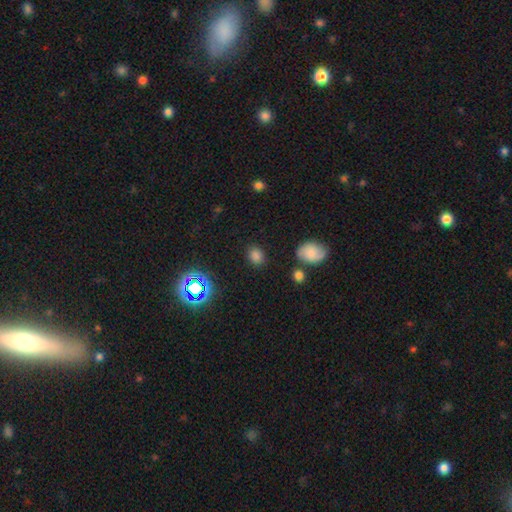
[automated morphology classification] Overall: smooth (79%). How rounded: in between (53%; round 46%). Merging: none (82%).